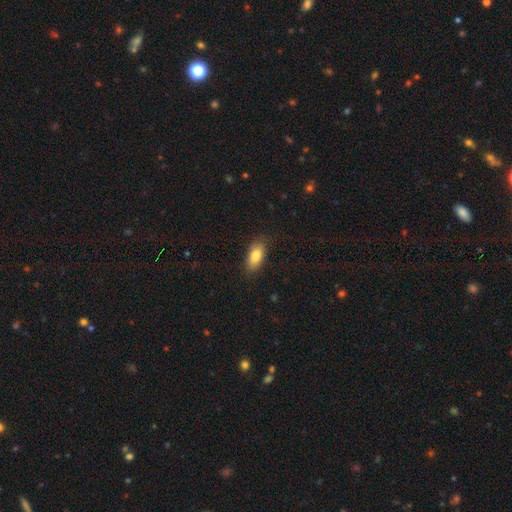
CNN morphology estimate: This appears to be a smooth galaxy with no disk features (82%) that is in between round and cigar-shaped (86%). Merging: none (82%).